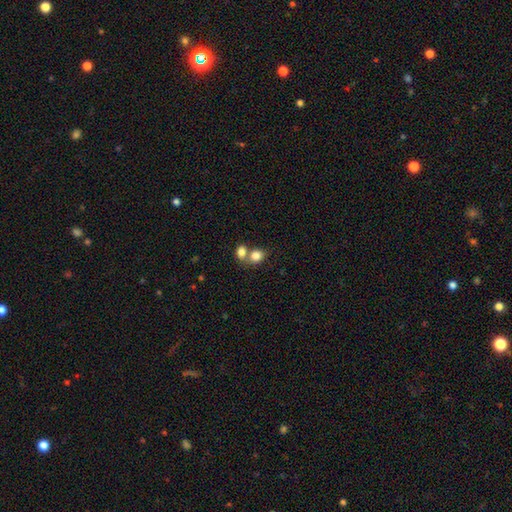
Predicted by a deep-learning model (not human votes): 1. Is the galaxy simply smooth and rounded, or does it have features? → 81% smooth, 10% star or artifact, 9% featured or disk.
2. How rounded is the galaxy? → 55% round, 44% in between, 1% cigar-shaped.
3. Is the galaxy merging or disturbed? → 54% merger, 35% none, 8% minor disturbance, 3% major disturbance.